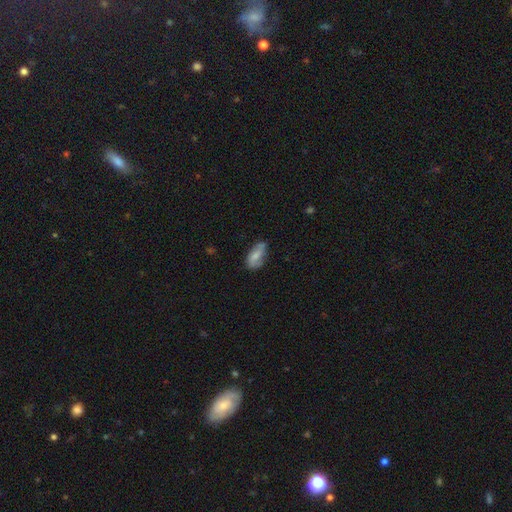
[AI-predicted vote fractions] smooth 66%, featured or disk 27%, star or artifact 7%. Down the decision tree: how rounded — in between (88%); merging — none (59%).